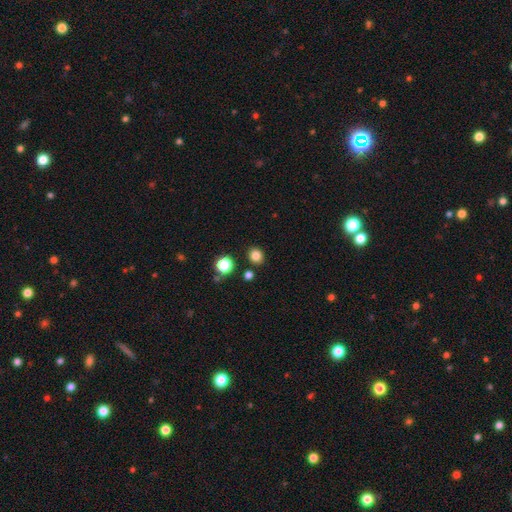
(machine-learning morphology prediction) Overall: smooth (82%). How rounded: round (72%). Merging: none (86%).